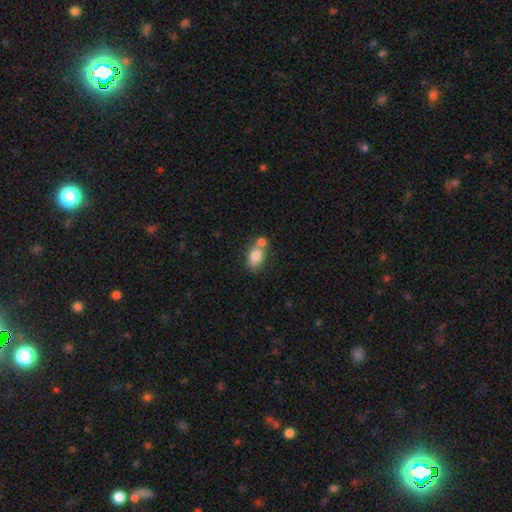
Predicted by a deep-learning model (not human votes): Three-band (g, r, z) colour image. It shows a smooth galaxy with no disk features (80%) that is in between round and cigar-shaped (80%). Merging: merger (41%, tied with none).